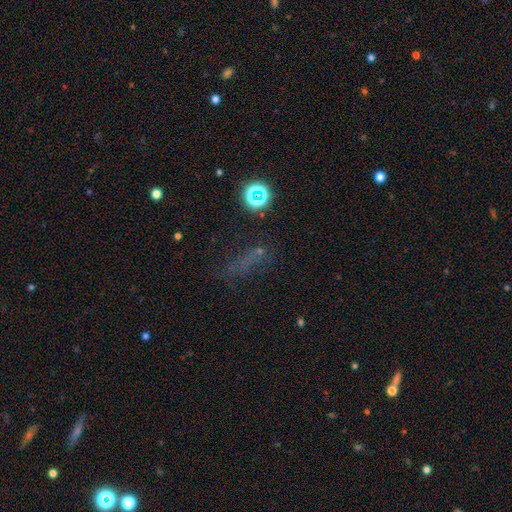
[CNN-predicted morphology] Smooth or featured? Predicted: star or artifact (p=0.42).